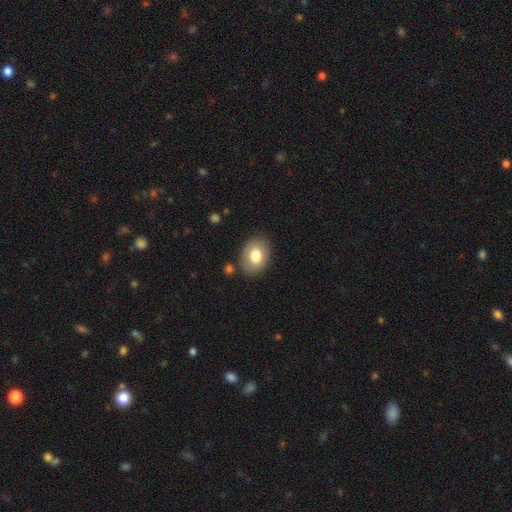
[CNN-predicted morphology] Smooth or featured: smooth — 78% (featured or disk — 14%)
How rounded: in between — 76% (round — 23%)
Merging: none — 82% (minor disturbance — 12%)